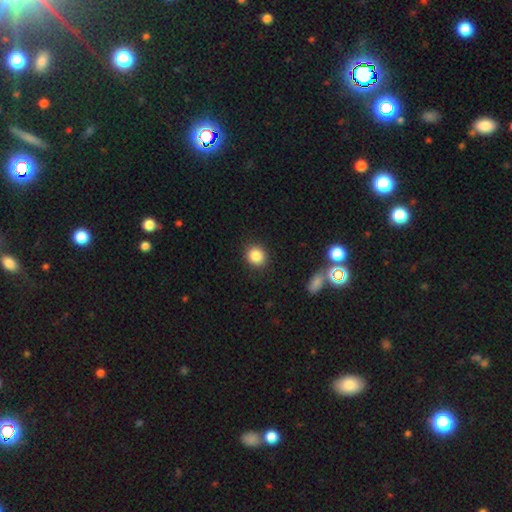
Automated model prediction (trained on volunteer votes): Smooth or featured: smooth — 85% (star or artifact — 10%)
How rounded: round — 76% (in between — 23%)
Merging: none — 89% (minor disturbance — 7%)